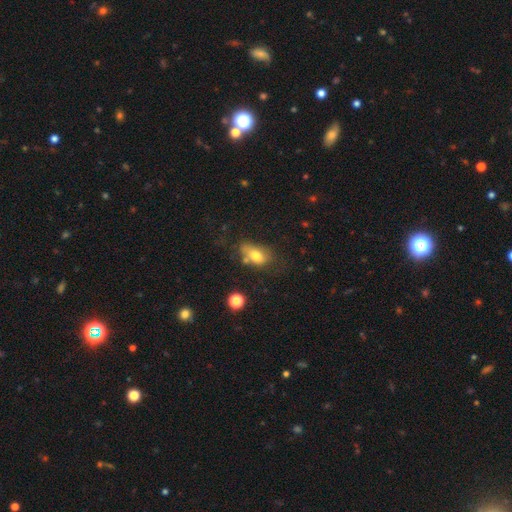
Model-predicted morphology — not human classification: Smooth or featured: smooth — 73% (featured or disk — 17%)
How rounded: in between — 82% (round — 15%)
Merging: none — 44% (minor disturbance — 27%)